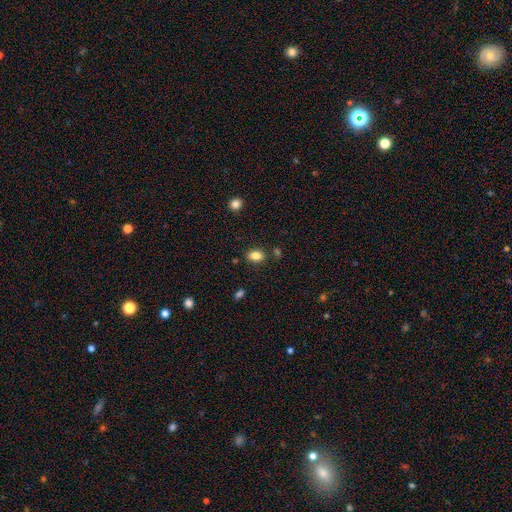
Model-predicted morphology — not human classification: A smooth galaxy with no disk features (85%) that is in between round and cigar-shaped (81%). Merging: none (82%).